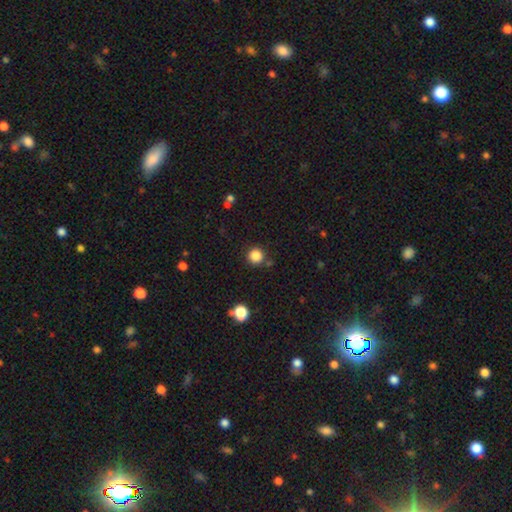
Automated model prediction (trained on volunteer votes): smooth 85%, star or artifact 12%, featured or disk 4%. Down the decision tree: how rounded — round (94%); merging — none (85%).